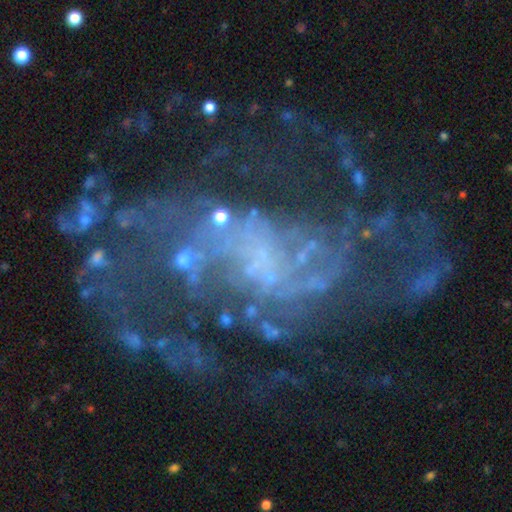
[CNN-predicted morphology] type=featured or disk (82%); edge-on=no (97%); bar=no (53%); spiral arms=yes (86%); winding=medium (46%); arm count=2 (43%); bulge=none (52%); merging=none (52%).